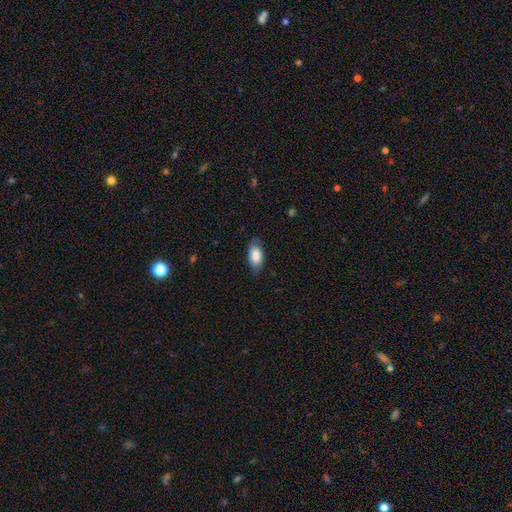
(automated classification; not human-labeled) Smooth or featured? Predicted: smooth (p=0.81). How rounded? Predicted: in between (p=0.91). Merging? Predicted: none (p=0.76).